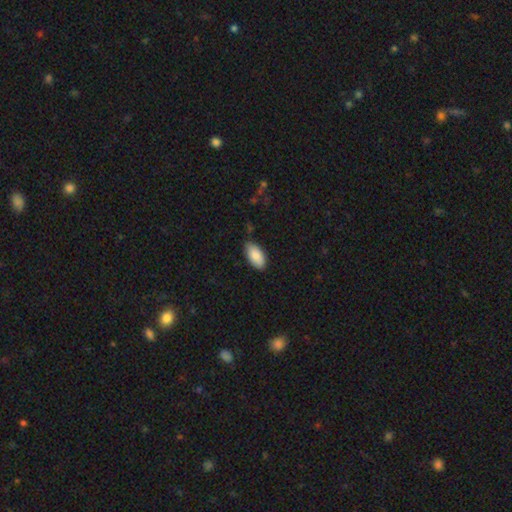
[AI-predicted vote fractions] Morphology: type=smooth (88%); roundness=in between (95%); merging=none (79%).